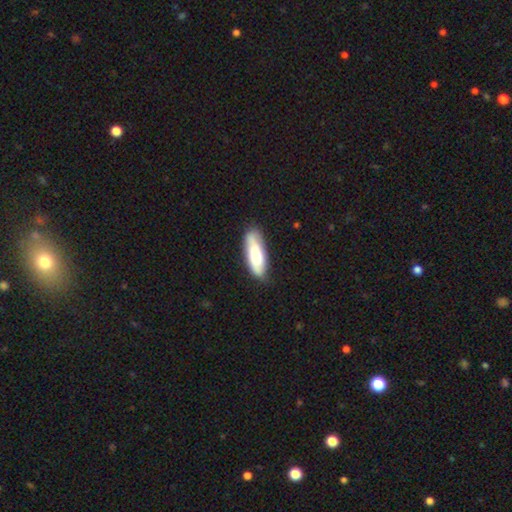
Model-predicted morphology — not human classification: Smooth or featured? smooth (71%)
How rounded? in between (57%)
Merging? none (74%)